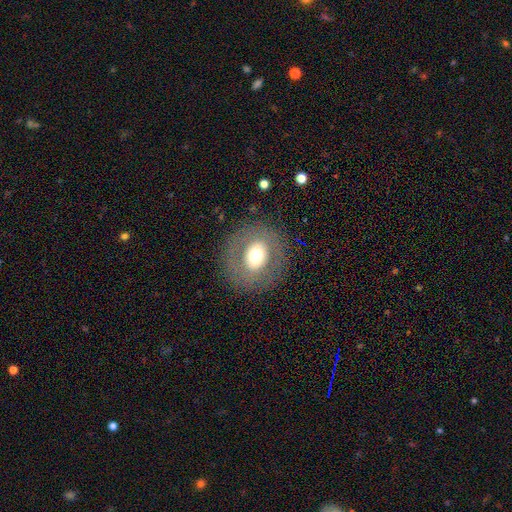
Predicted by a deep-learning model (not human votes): A smooth galaxy with no disk features (55%) that is round (76%).

Vote fractions:
- Smooth or featured? smooth: 55% / featured or disk: 34% / star or artifact: 10%
- How rounded? round: 76% / in between: 23% / cigar-shaped: 1%
- Merging? none: 83% / minor disturbance: 9% / major disturbance: 7% / merger: 1%